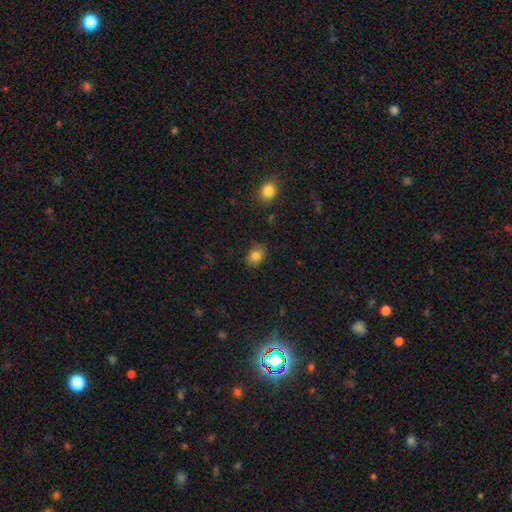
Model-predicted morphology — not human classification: A smooth galaxy with no disk features (83%) that is in between round and cigar-shaped (62%).

Vote fractions:
- Smooth or featured? smooth: 83% / star or artifact: 10% / featured or disk: 7%
- How rounded? in between: 62% / round: 37% / cigar-shaped: 1%
- Merging? none: 83% / minor disturbance: 13% / major disturbance: 3% / merger: 1%